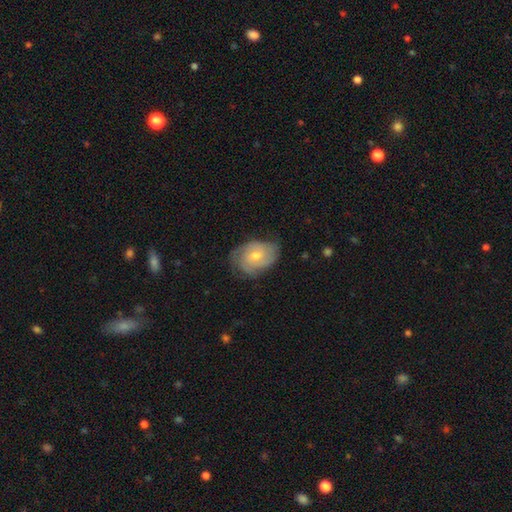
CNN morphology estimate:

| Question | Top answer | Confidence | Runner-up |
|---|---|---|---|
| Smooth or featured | featured or disk | 64% | smooth (29%) |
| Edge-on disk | no | 96% | yes (4%) |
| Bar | no | 72% | weak (24%) |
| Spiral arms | yes | 88% | no (12%) |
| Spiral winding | tight | 57% | medium (32%) |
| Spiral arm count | can't tell | 33% | 2 (27%) |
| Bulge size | moderate | 55% | small (41%) |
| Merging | none | 68% | minor disturbance (24%) |